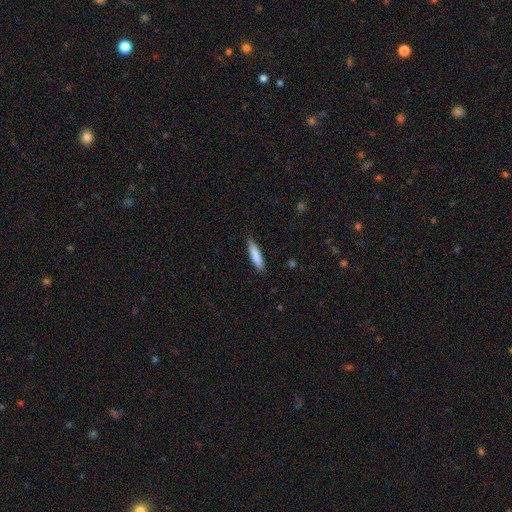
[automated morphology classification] Smooth or featured?
  - smooth: 85% *
  - featured or disk: 9%
  - star or artifact: 6%
How rounded?
  - cigar-shaped: 84% *
  - in between: 15%
  - round: 1%
Merging?
  - none: 86% *
  - minor disturbance: 11%
  - major disturbance: 2%
  - merger: 1%